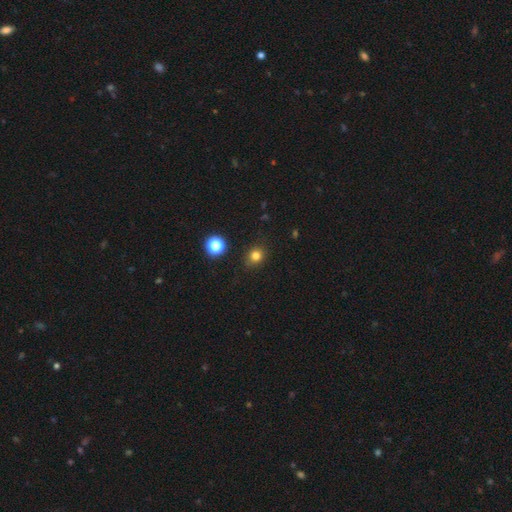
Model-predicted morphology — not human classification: smooth-or-featured: smooth: 79% | star or artifact: 16% | featured or disk: 5%
  how-rounded: round: 78% | in between: 21% | cigar-shaped: 1%
  merging: none: 83% | minor disturbance: 12% | major disturbance: 3% | merger: 2%